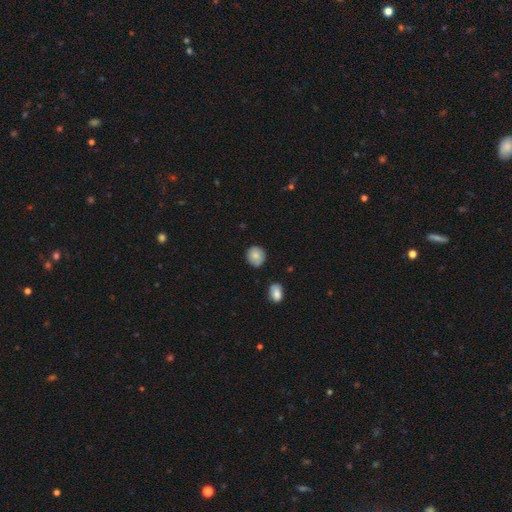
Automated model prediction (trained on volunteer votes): Morphology: type=smooth (81%); roundness=round (81%); merging=none (79%).